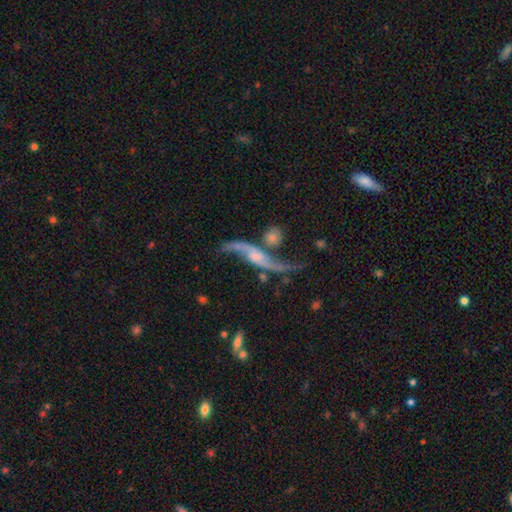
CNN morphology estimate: Smooth or featured? Predicted: featured or disk (p=0.86). Edge-on disk? Predicted: no (p=0.84). Bar? Predicted: no (p=0.56). Spiral arms? Predicted: yes (p=0.94). Spiral winding? Predicted: loose (p=0.91). Spiral arm count? Predicted: 2 (p=0.92). Bulge size? Predicted: small (p=0.45). Merging? Predicted: none (p=0.50).